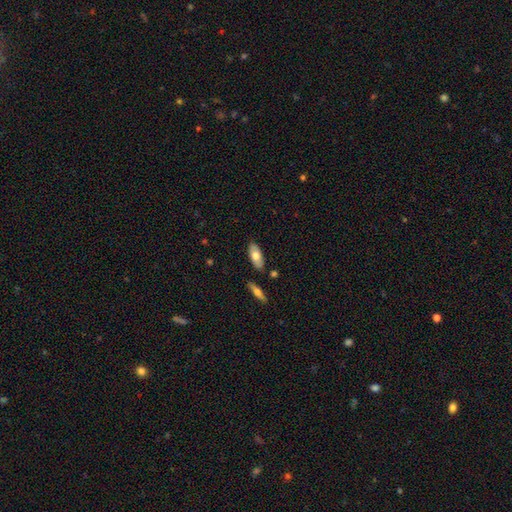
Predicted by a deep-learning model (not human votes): Morphology: type=smooth (68%); roundness=in between (85%); merging=none (83%).